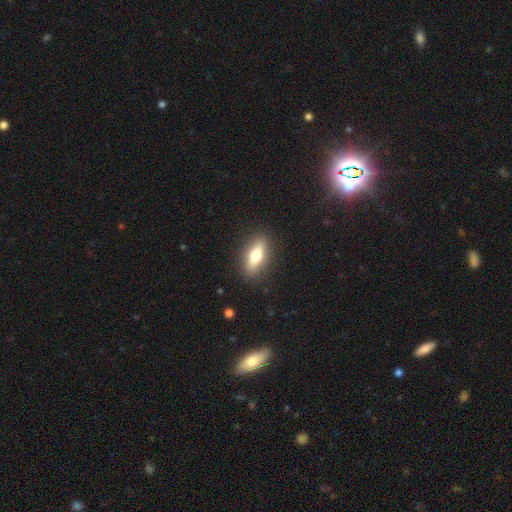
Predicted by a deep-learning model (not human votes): Smooth or featured? Predicted: smooth (p=0.60). How rounded? Predicted: in between (p=0.62). Merging? Predicted: none (p=0.88).